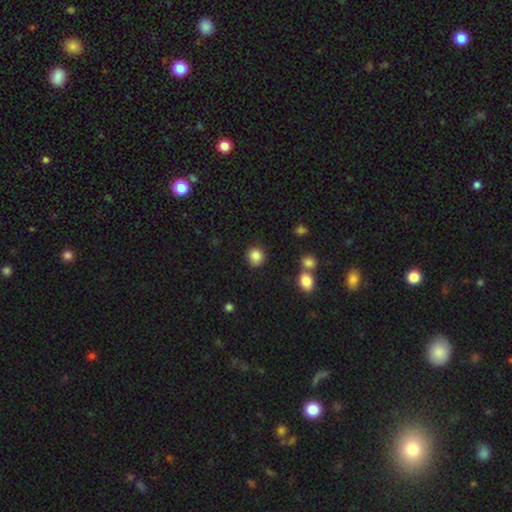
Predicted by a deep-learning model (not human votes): Smooth or featured: smooth — 86% (star or artifact — 10%)
How rounded: round — 87% (in between — 12%)
Merging: none — 84% (minor disturbance — 10%)